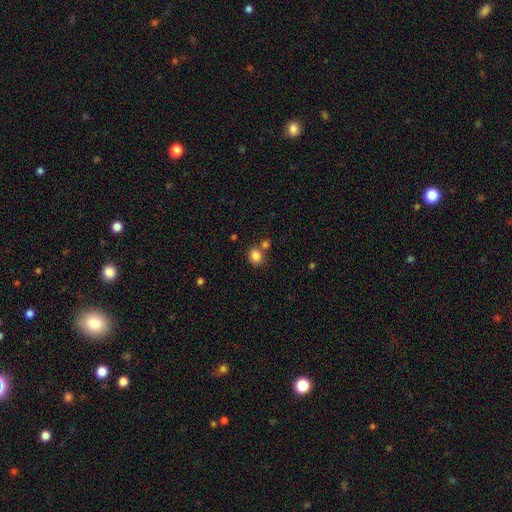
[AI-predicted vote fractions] Morphology: type=smooth (85%); roundness=round (72%); merging=none (70%).